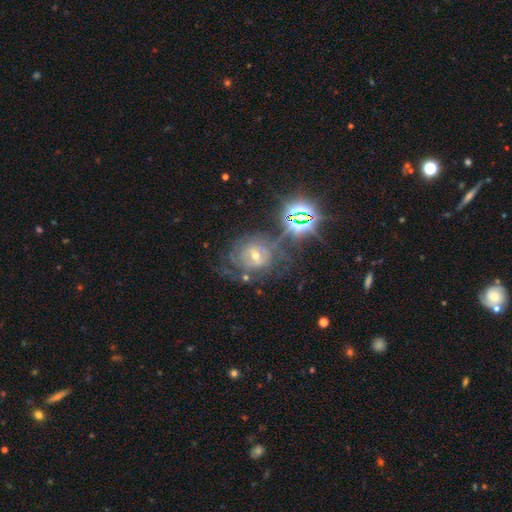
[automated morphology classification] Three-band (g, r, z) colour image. It shows a featured or disk galaxy (59%) with a weak bar (44%), spiral arms (81%) and a small central bulge (48%). Merging: none (58%).